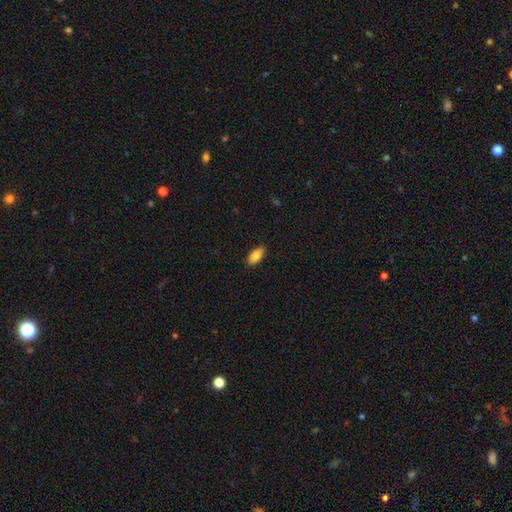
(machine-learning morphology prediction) A smooth galaxy with no disk features (83%) that is in between round and cigar-shaped (89%).

Vote fractions:
- Smooth or featured? smooth: 83% / featured or disk: 10% / star or artifact: 7%
- How rounded? in between: 89% / cigar-shaped: 9% / round: 3%
- Merging? none: 88% / minor disturbance: 9% / major disturbance: 2% / merger: 1%